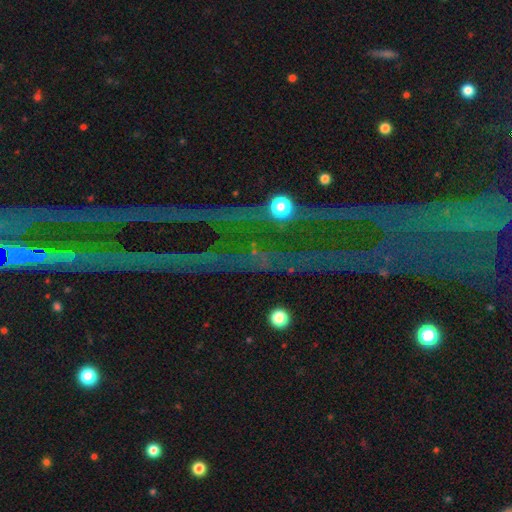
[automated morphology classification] smooth_or_featured: star or artifact (p=0.80) [alt: featured or disk p=0.12]